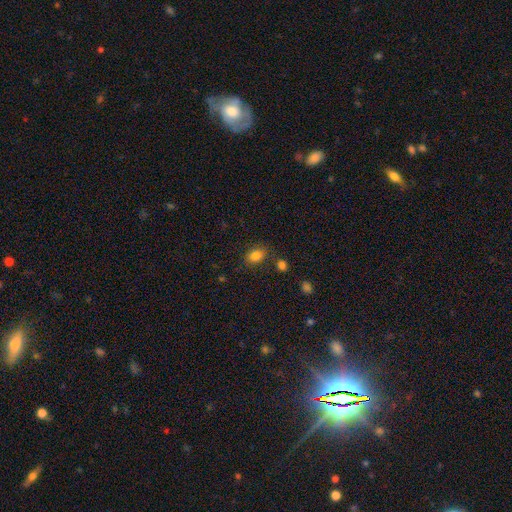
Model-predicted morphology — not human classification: A smooth galaxy with no disk features (83%) that is in between round and cigar-shaped (65%). Merging: none (76%).